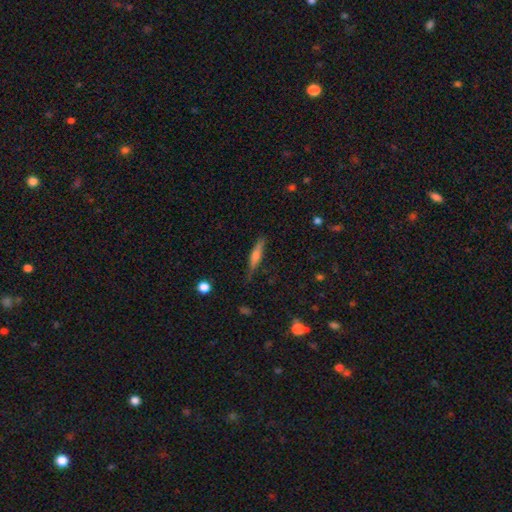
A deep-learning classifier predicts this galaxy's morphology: Smooth or featured? Predicted: featured or disk (p=0.51). Edge-on disk? Predicted: yes (p=0.94). Merging? Predicted: none (p=0.81).